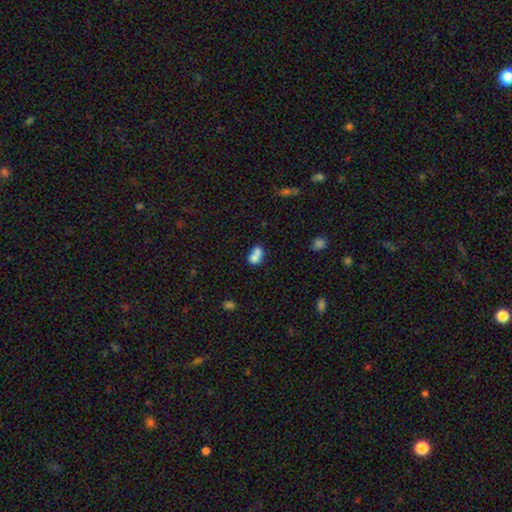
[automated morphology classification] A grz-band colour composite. It shows a smooth galaxy with no disk features (74%) that is in between round and cigar-shaped (59%). Merging: merger (68%).